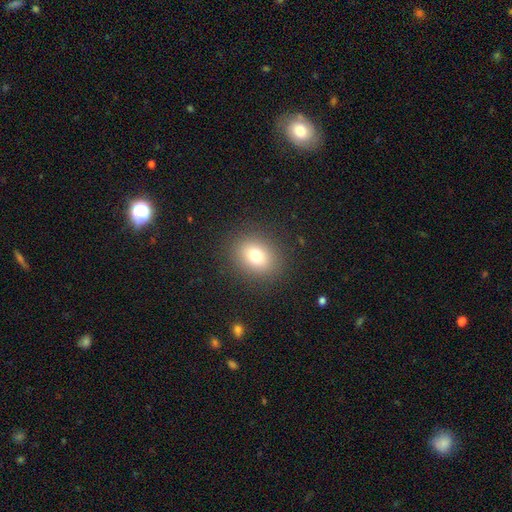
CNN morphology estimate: A smooth galaxy with no disk features (76%) that is round (56%). Merging: none (88%).